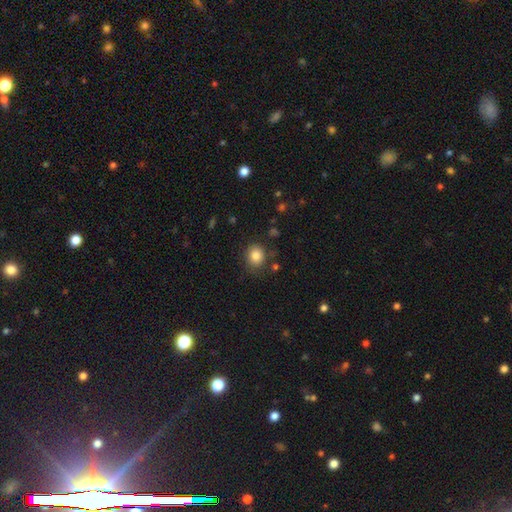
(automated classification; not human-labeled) Smooth or featured?
  - smooth: 84% *
  - star or artifact: 10%
  - featured or disk: 6%
How rounded?
  - round: 67% *
  - in between: 32%
  - cigar-shaped: 1%
Merging?
  - none: 79% *
  - minor disturbance: 14%
  - major disturbance: 4%
  - merger: 3%